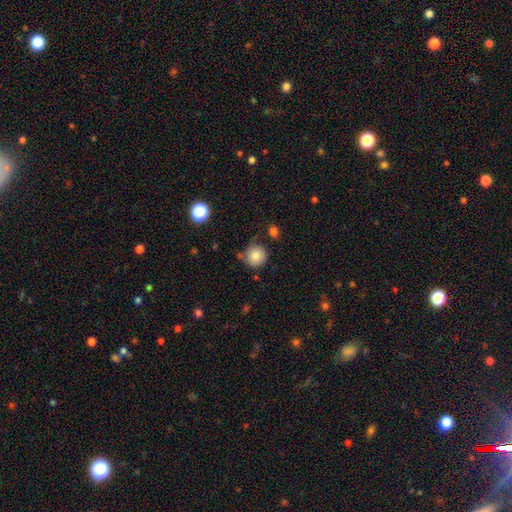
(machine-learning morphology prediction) A smooth galaxy with no disk features (81%) that is round (93%). Merging: none (72%).